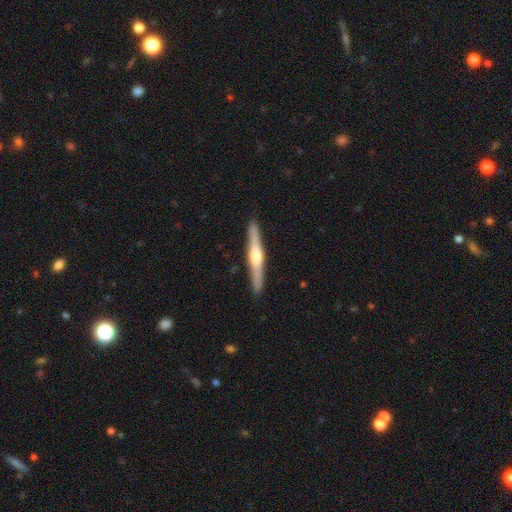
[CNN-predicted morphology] A featured or disk galaxy (72%) viewed edge-on (98%) with a rounded central bulge (87%).

Vote fractions:
- Smooth or featured? featured or disk: 72% / smooth: 23% / star or artifact: 5%
- Edge-on disk? yes: 98% / no: 2%
- Edge-on bulge? rounded: 87% / boxy: 9% / none: 5%
- Merging? none: 91% / minor disturbance: 6% / major disturbance: 1% / merger: 1%